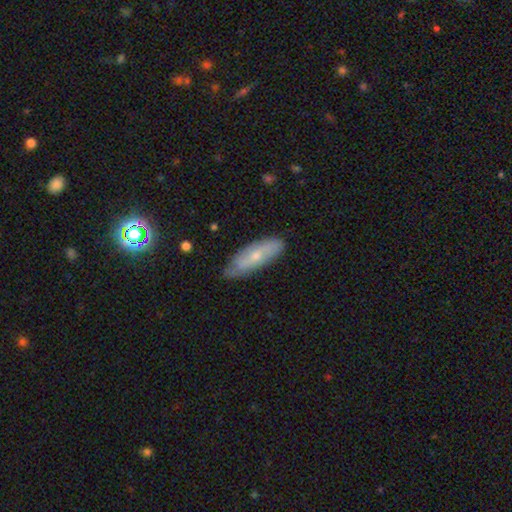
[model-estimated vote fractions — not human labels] Smooth or featured? Predicted: featured or disk (p=0.47, tied with smooth). Merging? Predicted: none (p=0.73).